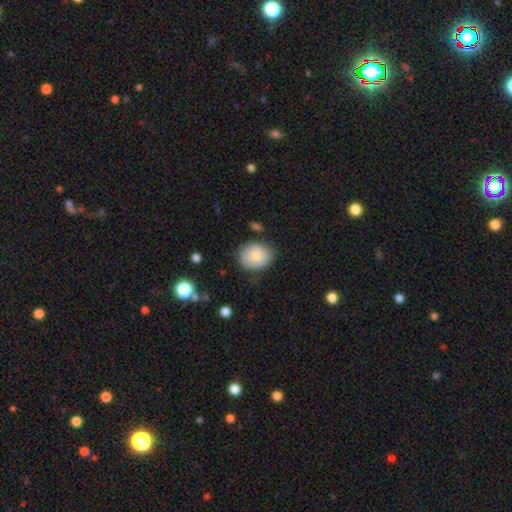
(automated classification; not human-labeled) smooth-or-featured: smooth: 81% | featured or disk: 12% | star or artifact: 7%
  how-rounded: round: 54% | in between: 45% | cigar-shaped: 1%
  merging: none: 72% | minor disturbance: 21% | major disturbance: 5% | merger: 2%